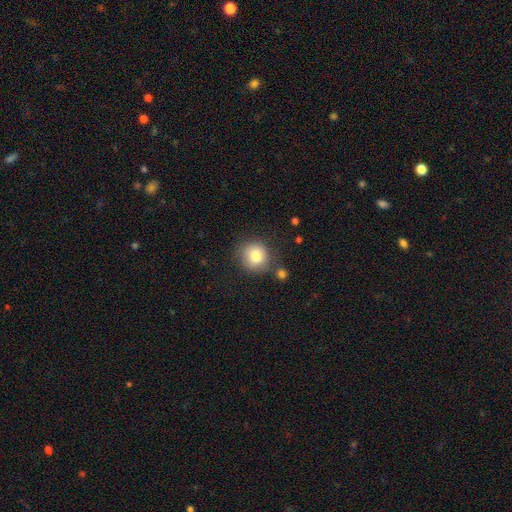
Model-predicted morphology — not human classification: Smooth or featured: smooth — 81% (star or artifact — 10%)
How rounded: round — 87% (in between — 12%)
Merging: none — 74% (minor disturbance — 14%)